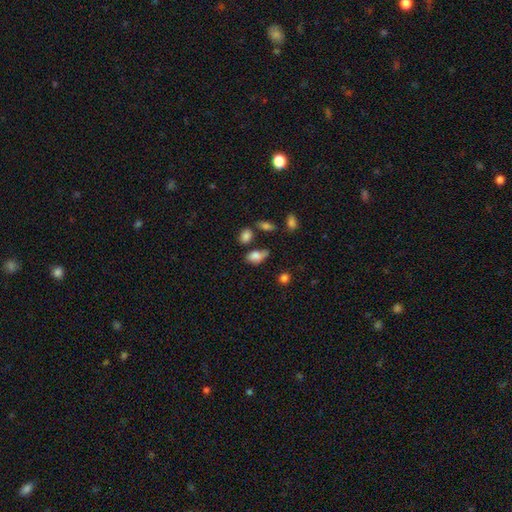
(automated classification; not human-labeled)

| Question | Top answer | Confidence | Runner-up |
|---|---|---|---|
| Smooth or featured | smooth | 80% | featured or disk (11%) |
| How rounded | in between | 87% | round (10%) |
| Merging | none | 44% | minor disturbance (30%) |